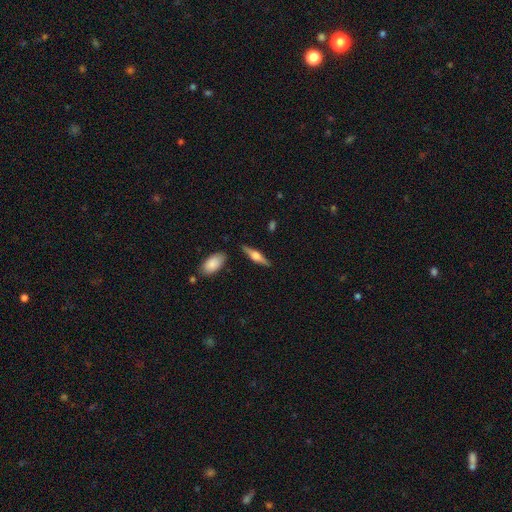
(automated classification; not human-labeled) Morphology: type=featured or disk (62%); edge-on=yes (96%); edge-on bulge=rounded (86%); merging=none (85%).